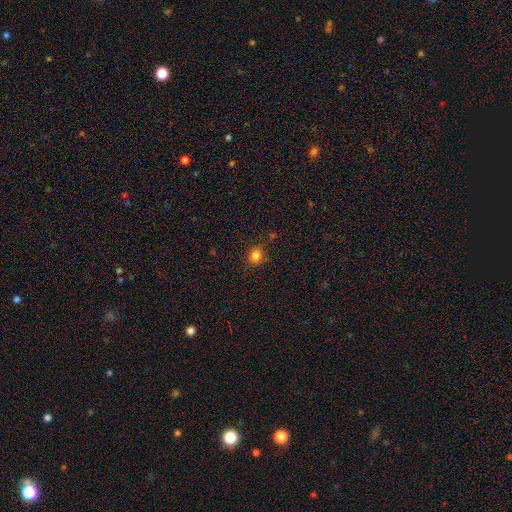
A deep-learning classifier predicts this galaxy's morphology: Overall: smooth (80%). How rounded: round (69%; in between 30%). Merging: none (79%).